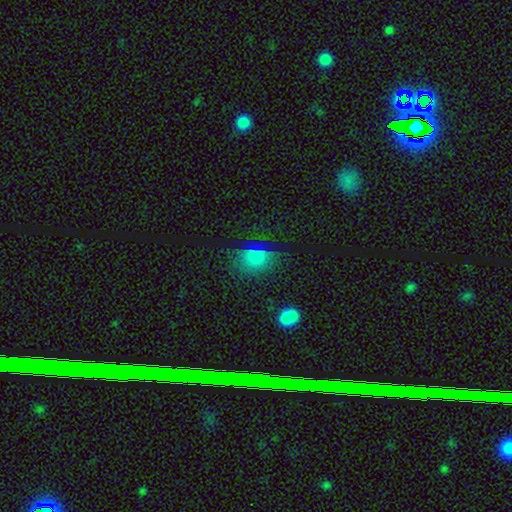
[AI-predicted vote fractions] Morphology: type=smooth (75%); roundness=in between (55%); merging=none (71%).